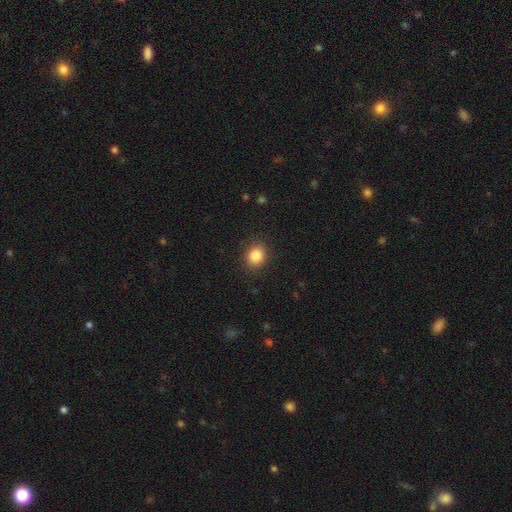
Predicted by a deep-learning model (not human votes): This is clearly a smooth galaxy (85%). How rounded: likely round (71%). Merging: clearly none (89%).